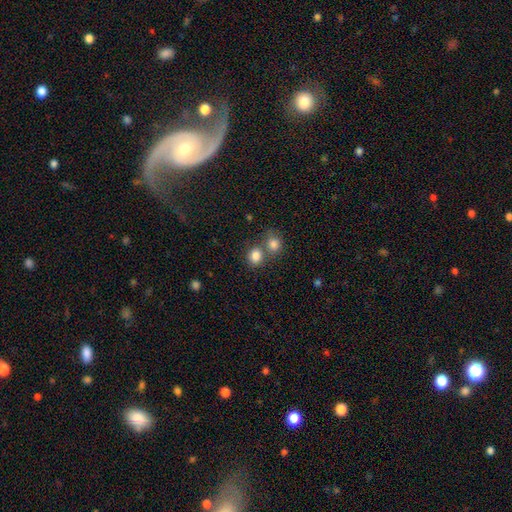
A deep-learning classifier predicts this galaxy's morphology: Smooth or featured?
  - smooth: 83% *
  - star or artifact: 11%
  - featured or disk: 6%
How rounded?
  - round: 72% *
  - in between: 27%
  - cigar-shaped: 1%
Merging?
  - none: 48% *
  - merger: 41%
  - minor disturbance: 8%
  - major disturbance: 3%